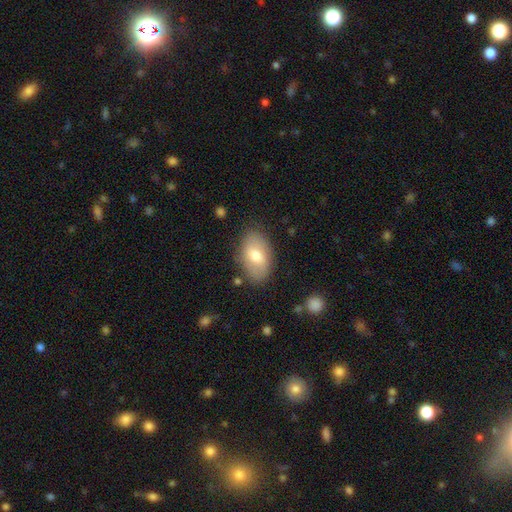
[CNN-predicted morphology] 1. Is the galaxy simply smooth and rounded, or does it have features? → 69% smooth, 25% featured or disk, 7% star or artifact.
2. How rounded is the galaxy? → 92% in between, 7% round, 2% cigar-shaped.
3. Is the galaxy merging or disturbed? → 80% none, 14% minor disturbance, 4% major disturbance, 2% merger.